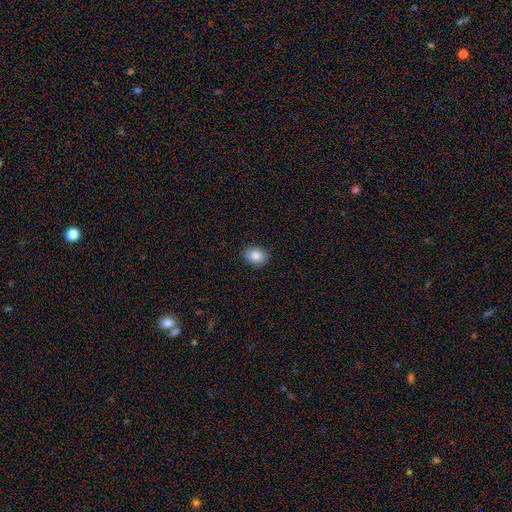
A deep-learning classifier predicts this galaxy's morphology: Smooth or featured? Predicted: smooth (p=0.86). How rounded? Predicted: in between (p=0.55). Merging? Predicted: none (p=0.89).